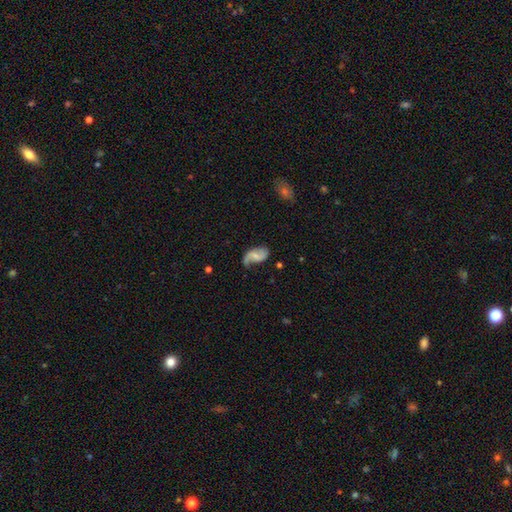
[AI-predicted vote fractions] Q: Smooth or featured?
A: featured or disk (73%); runner-up: smooth (21%)
Q: Edge-on disk?
A: no (97%); runner-up: yes (3%)
Q: Bar?
A: no (44%); runner-up: weak (43%)
Q: Spiral arms?
A: yes (93%); runner-up: no (7%)
Q: Spiral winding?
A: loose (58%); runner-up: medium (31%)
Q: Spiral arm count?
A: 2 (80%); runner-up: 1 (12%)
Q: Bulge size?
A: small (52%); runner-up: moderate (31%)
Q: Merging?
A: none (58%); runner-up: minor disturbance (26%)